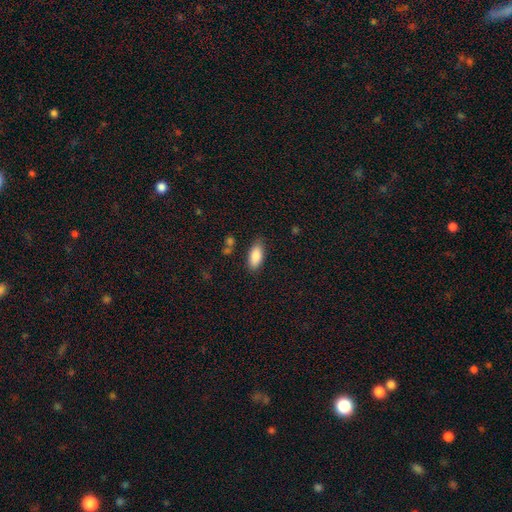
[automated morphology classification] A smooth galaxy with no disk features (85%) that is in between round and cigar-shaped (86%).

Vote fractions:
- Smooth or featured? smooth: 85% / featured or disk: 8% / star or artifact: 7%
- How rounded? in between: 86% / cigar-shaped: 12% / round: 2%
- Merging? none: 82% / minor disturbance: 13% / major disturbance: 3% / merger: 2%